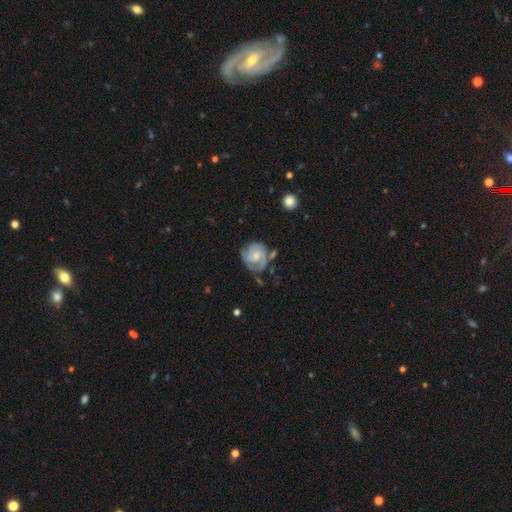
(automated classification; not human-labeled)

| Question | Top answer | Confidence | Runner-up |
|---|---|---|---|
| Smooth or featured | featured or disk | 69% | smooth (25%) |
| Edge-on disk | no | 98% | yes (2%) |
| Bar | no | 69% | weak (27%) |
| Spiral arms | yes | 88% | no (12%) |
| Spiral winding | tight | 57% | medium (33%) |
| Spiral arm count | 2 | 39% | can't tell (27%) |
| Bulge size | moderate | 48% | small (41%) |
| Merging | none | 55% | minor disturbance (26%) |